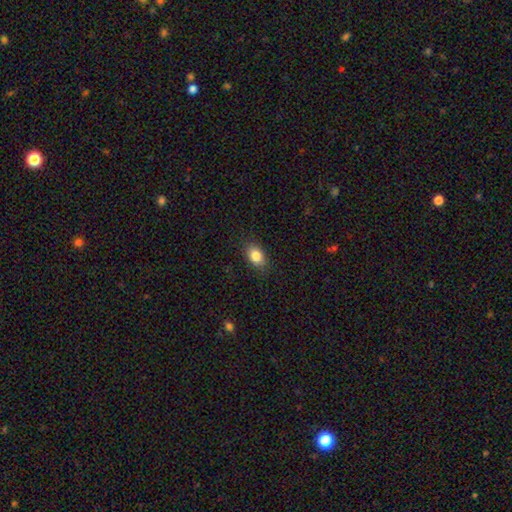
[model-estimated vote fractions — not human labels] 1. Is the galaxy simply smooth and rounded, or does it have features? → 84% smooth, 9% star or artifact, 8% featured or disk.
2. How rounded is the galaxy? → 80% in between, 18% round, 2% cigar-shaped.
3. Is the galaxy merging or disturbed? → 86% none, 11% minor disturbance, 3% major disturbance, 1% merger.